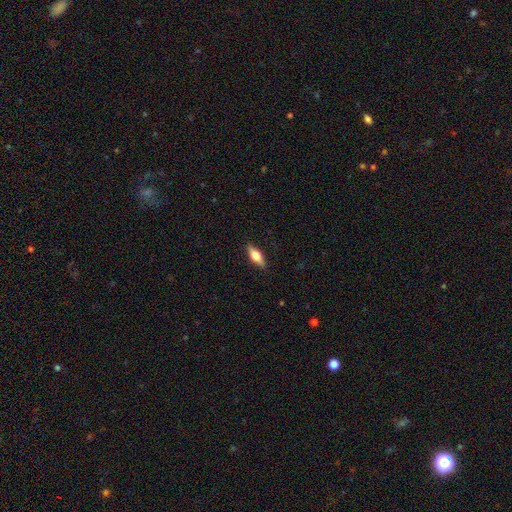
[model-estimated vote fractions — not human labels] A smooth galaxy with no disk features (52%) that is in between round and cigar-shaped (63%). Merging: none (87%).